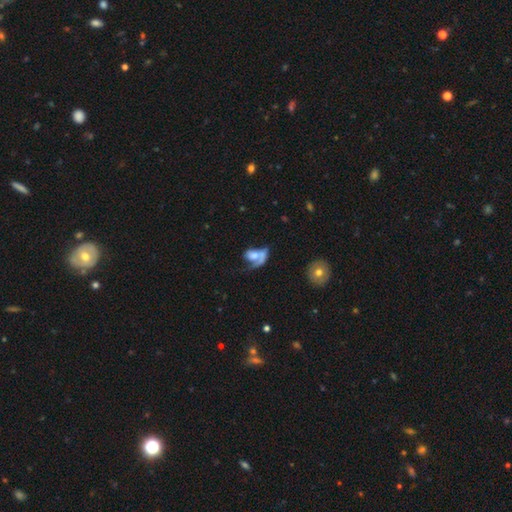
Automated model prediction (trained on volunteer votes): Overall: featured or disk (50%; smooth 41%). Merging: merger (36%; major disturbance 30%).